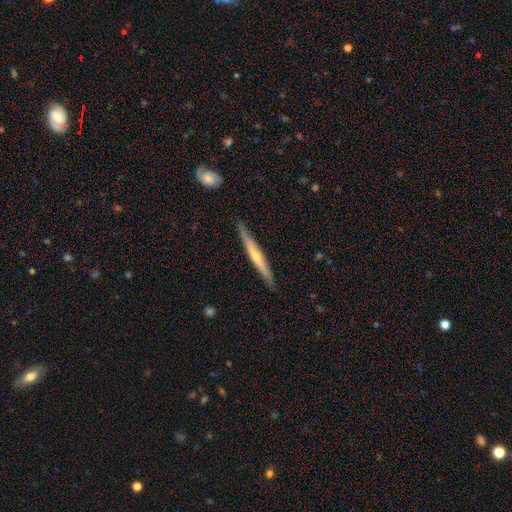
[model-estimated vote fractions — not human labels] Smooth or featured?
  - featured or disk: 68% *
  - smooth: 25%
  - star or artifact: 7%
Edge-on disk?
  - yes: 97% *
  - no: 3%
Edge-on bulge?
  - rounded: 73% *
  - none: 22%
  - boxy: 5%
Merging?
  - none: 89% *
  - minor disturbance: 8%
  - major disturbance: 1%
  - merger: 1%